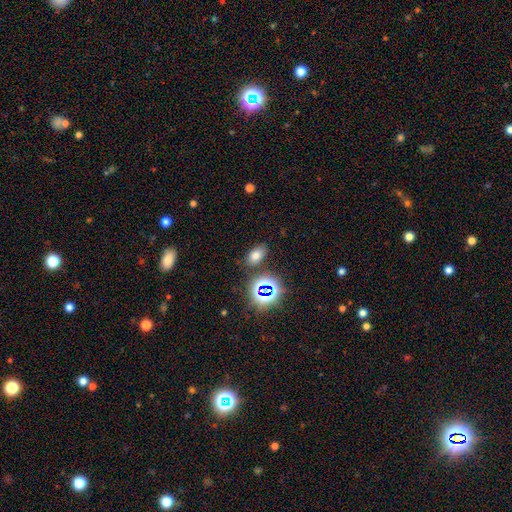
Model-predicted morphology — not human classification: A smooth galaxy with no disk features (67%) that is in between round and cigar-shaped (85%).

Vote fractions:
- Smooth or featured? smooth: 67% / star or artifact: 24% / featured or disk: 9%
- How rounded? in between: 85% / round: 13% / cigar-shaped: 2%
- Merging? none: 81% / minor disturbance: 11% / merger: 5% / major disturbance: 4%